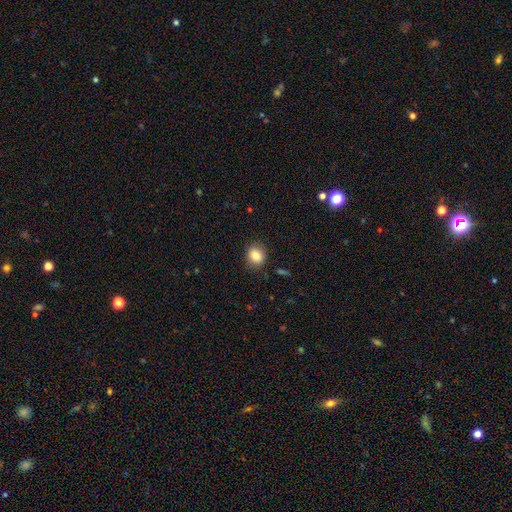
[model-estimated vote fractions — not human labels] This is clearly a smooth galaxy (82%). How rounded: likely round (71%). Merging: clearly none (87%).